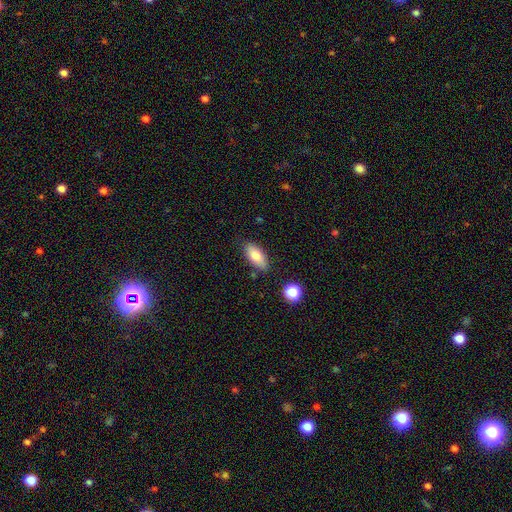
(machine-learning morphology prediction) Q: Smooth or featured?
A: smooth (80%); runner-up: featured or disk (12%)
Q: How rounded?
A: in between (87%); runner-up: cigar-shaped (10%)
Q: Merging?
A: none (82%); runner-up: minor disturbance (13%)